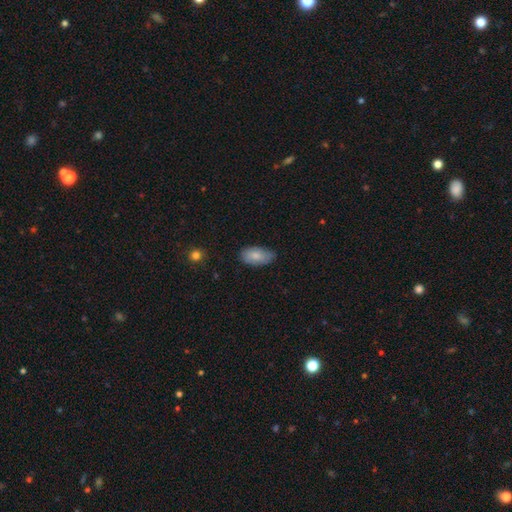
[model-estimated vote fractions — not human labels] Smooth or featured? smooth (80%)
How rounded? in between (94%)
Merging? none (74%)